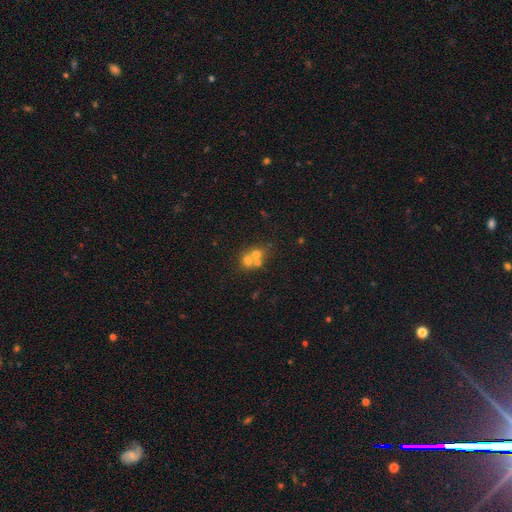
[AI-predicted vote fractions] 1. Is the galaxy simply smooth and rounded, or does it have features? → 55% smooth, 27% featured or disk, 18% star or artifact.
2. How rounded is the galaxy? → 78% round, 20% in between, 1% cigar-shaped.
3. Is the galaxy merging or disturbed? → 57% merger, 34% none, 6% minor disturbance, 4% major disturbance.